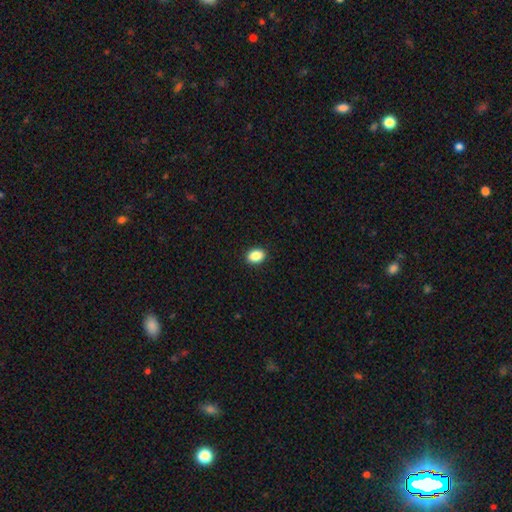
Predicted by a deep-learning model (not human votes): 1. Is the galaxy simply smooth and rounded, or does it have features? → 88% smooth, 8% star or artifact, 4% featured or disk.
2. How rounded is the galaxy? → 74% in between, 25% round, 1% cigar-shaped.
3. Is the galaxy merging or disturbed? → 91% none, 7% minor disturbance, 2% major disturbance, 1% merger.